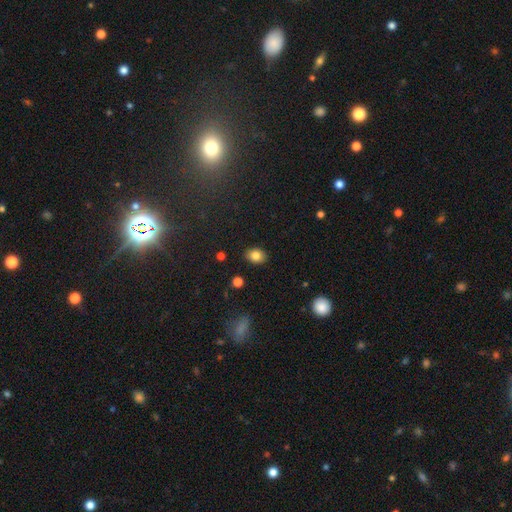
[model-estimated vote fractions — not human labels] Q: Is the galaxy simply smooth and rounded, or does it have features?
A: smooth — 82%.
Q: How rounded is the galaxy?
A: in between — 66%.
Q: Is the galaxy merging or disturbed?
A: none — 88%.